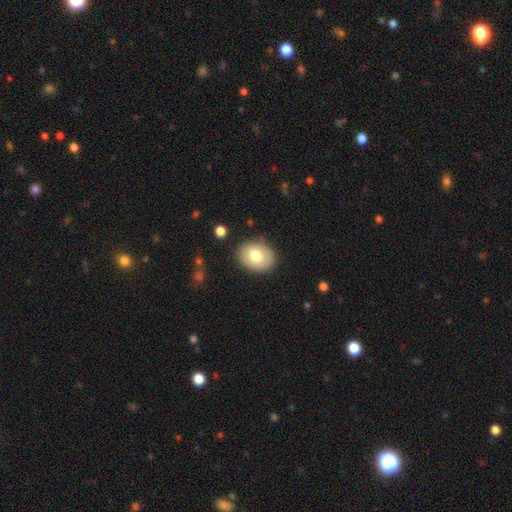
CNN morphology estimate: Q: Smooth or featured?
A: smooth (72%); runner-up: featured or disk (21%)
Q: How rounded?
A: in between (57%); runner-up: round (42%)
Q: Merging?
A: none (86%); runner-up: minor disturbance (10%)